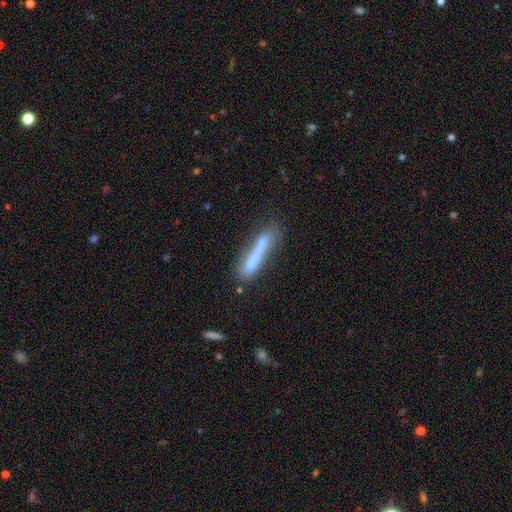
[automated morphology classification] A smooth galaxy with no disk features (61%) that is cigar-shaped (91%).

Vote fractions:
- Smooth or featured? smooth: 61% / featured or disk: 30% / star or artifact: 9%
- How rounded? cigar-shaped: 91% / in between: 7% / round: 2%
- Merging? none: 55% / minor disturbance: 20% / merger: 15% / major disturbance: 10%